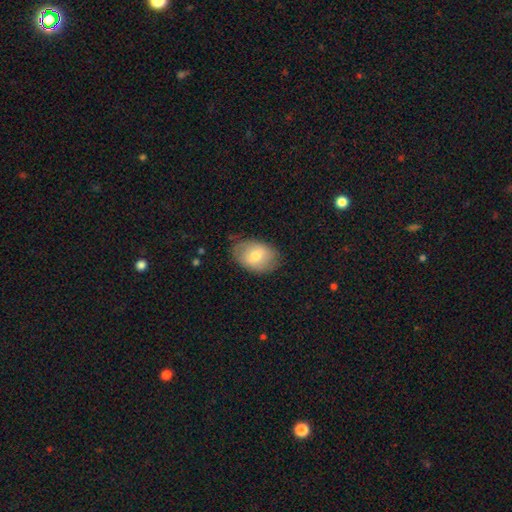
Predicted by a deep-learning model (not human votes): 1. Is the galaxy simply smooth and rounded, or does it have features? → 67% smooth, 26% featured or disk, 7% star or artifact.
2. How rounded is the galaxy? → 84% in between, 14% round, 1% cigar-shaped.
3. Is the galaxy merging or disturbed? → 75% none, 19% minor disturbance, 5% major disturbance, 1% merger.